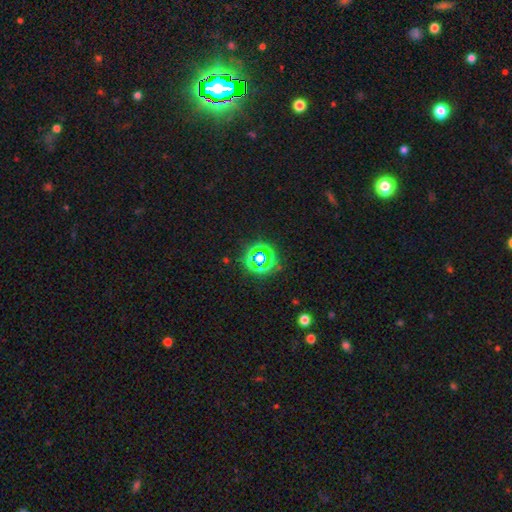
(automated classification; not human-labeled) Smooth or featured? Predicted: star or artifact (p=0.65).